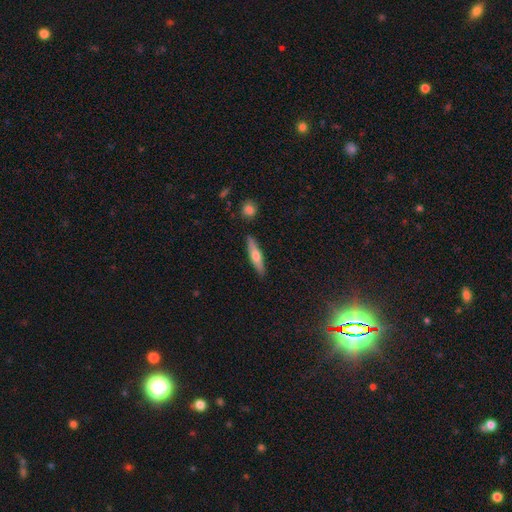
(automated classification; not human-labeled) Q: Smooth or featured?
A: smooth (53%); runner-up: featured or disk (41%)
Q: How rounded?
A: cigar-shaped (79%); runner-up: in between (19%)
Q: Merging?
A: none (87%); runner-up: minor disturbance (8%)